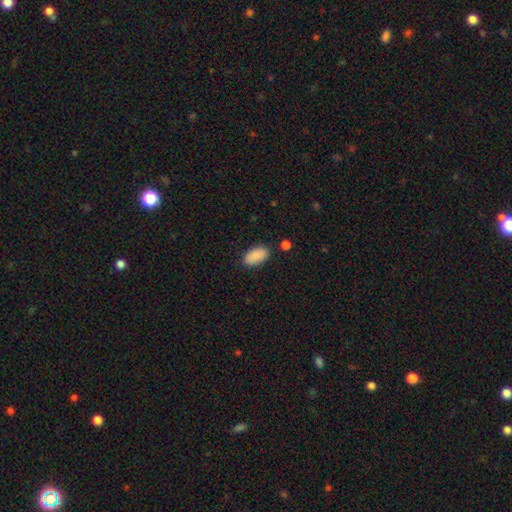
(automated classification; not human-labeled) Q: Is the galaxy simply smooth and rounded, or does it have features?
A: smooth — 90%.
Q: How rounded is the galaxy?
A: in between — 94%.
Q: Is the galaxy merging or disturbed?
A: none — 85%.